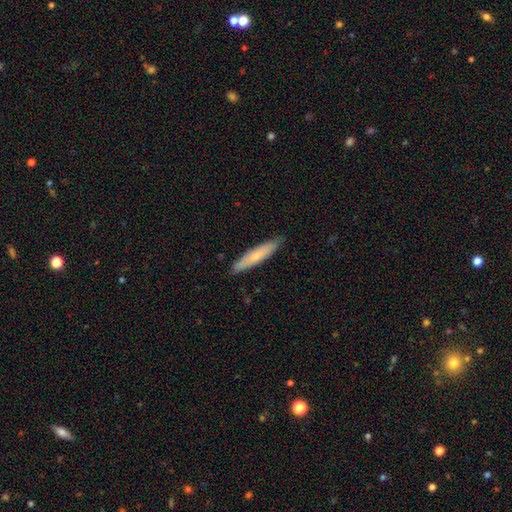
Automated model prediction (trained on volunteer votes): This is likely a smooth galaxy (64%). How rounded: clearly cigar-shaped (87%). Merging: clearly none (88%).